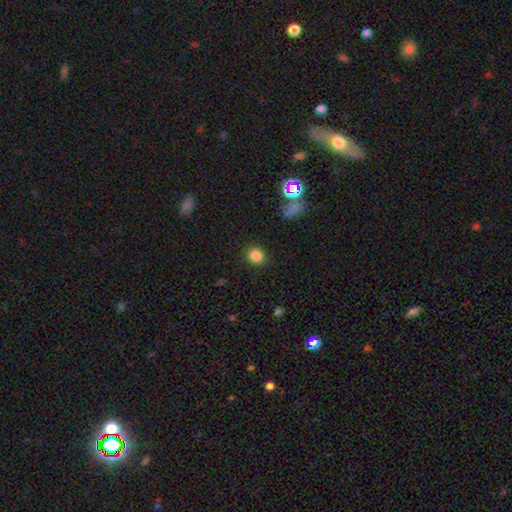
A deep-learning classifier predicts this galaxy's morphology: This is clearly a smooth galaxy (84%). How rounded: likely round (79%). Merging: clearly none (88%).